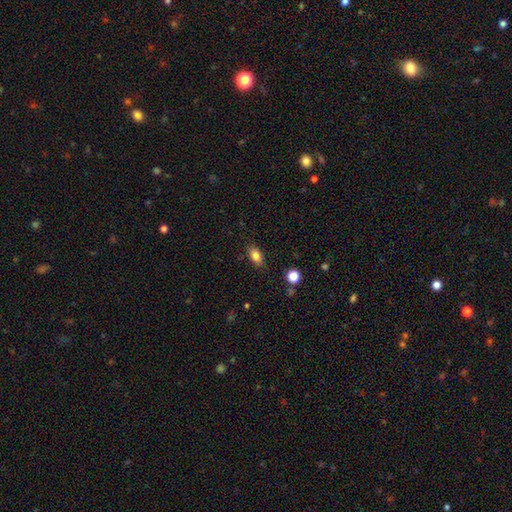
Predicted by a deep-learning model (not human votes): smooth 83%, star or artifact 10%, featured or disk 8%. Down the decision tree: how rounded — in between (85%); merging — none (85%).